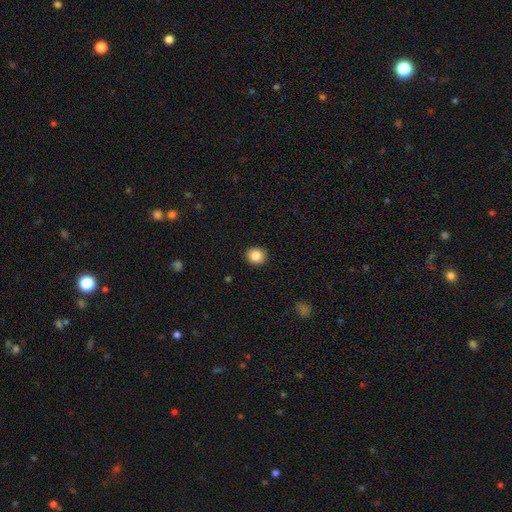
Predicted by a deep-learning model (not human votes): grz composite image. It shows a smooth galaxy with no disk features (84%) that is round (83%). Merging: none (92%).